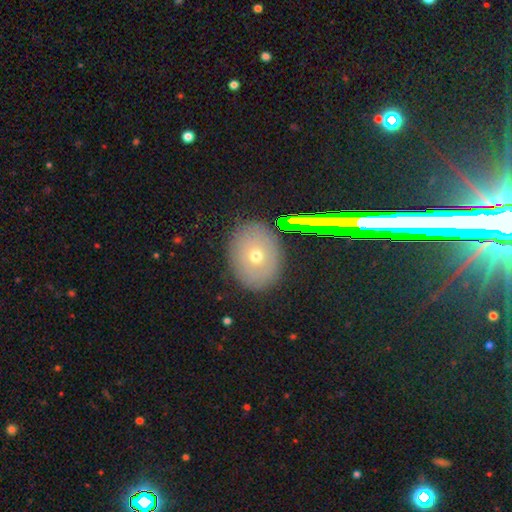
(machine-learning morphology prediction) smooth 58%, featured or disk 26%, star or artifact 16%. Down the decision tree: how rounded — in between (60%); merging — none (85%).